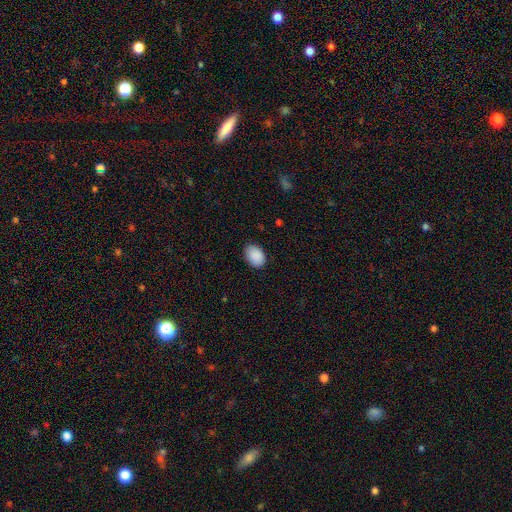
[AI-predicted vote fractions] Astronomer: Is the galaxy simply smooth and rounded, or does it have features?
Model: smooth — 90%.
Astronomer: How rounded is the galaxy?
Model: in between — 81%.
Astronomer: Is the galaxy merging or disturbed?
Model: none — 85%.